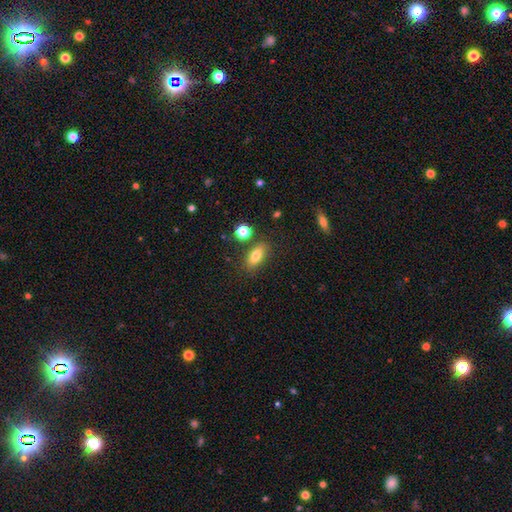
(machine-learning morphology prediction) A smooth galaxy with no disk features (78%) that is in between round and cigar-shaped (77%).

Vote fractions:
- Smooth or featured? smooth: 78% / featured or disk: 13% / star or artifact: 9%
- How rounded? in between: 77% / cigar-shaped: 17% / round: 6%
- Merging? none: 80% / minor disturbance: 12% / merger: 6% / major disturbance: 3%